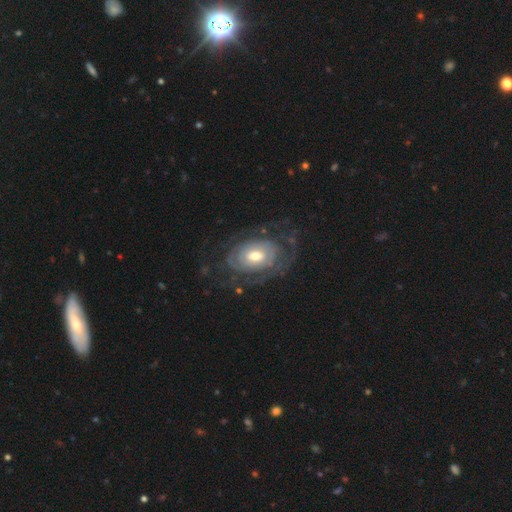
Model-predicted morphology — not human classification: smooth_or_featured: featured or disk (p=0.83) [alt: smooth p=0.12]
disk_edge_on: no (p=0.96) [alt: yes p=0.04]
bar: no (p=0.62) [alt: weak p=0.30]
has_spiral_arms: yes (p=0.87) [alt: no p=0.13]
spiral_winding: tight (p=0.70) [alt: medium p=0.21]
spiral_arm_count: can't tell (p=0.43) [alt: 2 p=0.28]
bulge_size: moderate (p=0.67) [alt: small p=0.15]
merging: none (p=0.67) [alt: minor disturbance p=0.17]